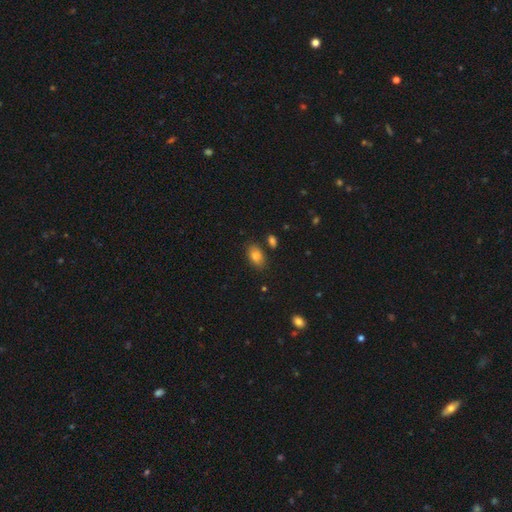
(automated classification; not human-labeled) Smooth or featured?
  - smooth: 84% *
  - star or artifact: 9%
  - featured or disk: 7%
How rounded?
  - in between: 89% *
  - round: 9%
  - cigar-shaped: 2%
Merging?
  - none: 79% *
  - minor disturbance: 13%
  - merger: 4%
  - major disturbance: 3%